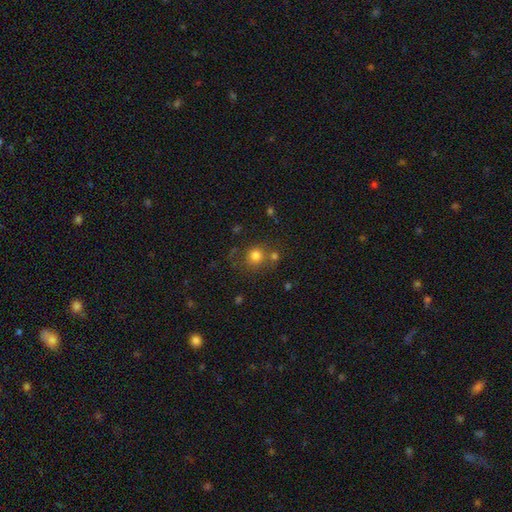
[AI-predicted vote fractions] A smooth galaxy with no disk features (78%) that is round (88%).

Vote fractions:
- Smooth or featured? smooth: 78% / star or artifact: 14% / featured or disk: 8%
- How rounded? round: 88% / in between: 12% / cigar-shaped: 1%
- Merging? none: 65% / merger: 18% / minor disturbance: 11% / major disturbance: 5%